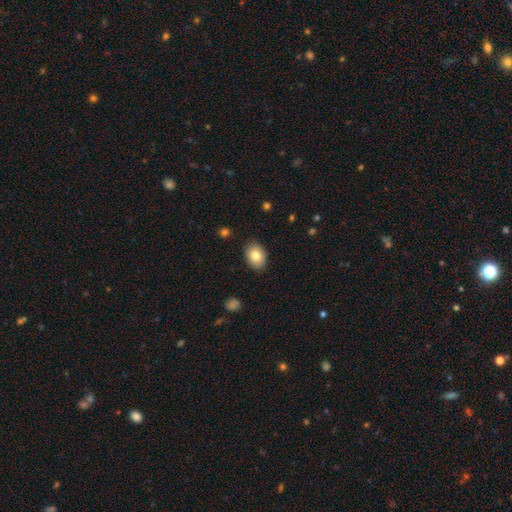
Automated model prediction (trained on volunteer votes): smooth 82%, featured or disk 10%, star or artifact 8%. Down the decision tree: how rounded — in between (76%); merging — none (87%).